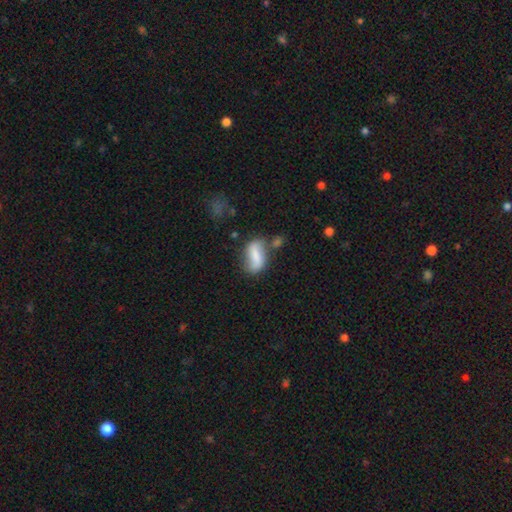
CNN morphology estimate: A smooth galaxy with no disk features (60%) that is in between round and cigar-shaped (85%). Merging: none (49%).